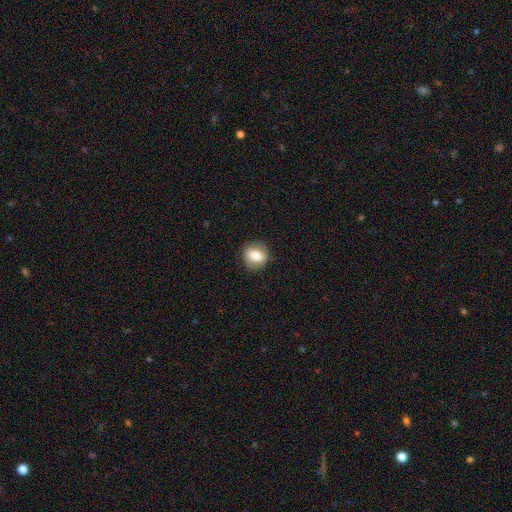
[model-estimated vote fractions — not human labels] smooth_or_featured: smooth (p=0.70) [alt: featured or disk p=0.22]
how_rounded: round (p=0.73) [alt: in between p=0.26]
merging: none (p=0.83) [alt: minor disturbance p=0.13]